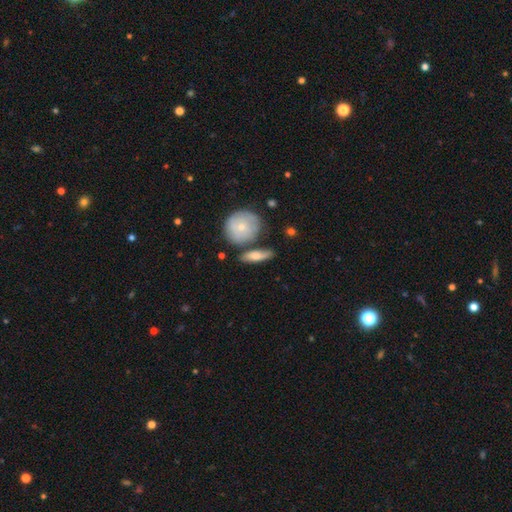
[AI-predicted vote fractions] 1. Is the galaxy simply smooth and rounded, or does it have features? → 62% smooth, 32% featured or disk, 6% star or artifact.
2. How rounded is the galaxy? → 48% in between, 36% cigar-shaped, 15% round.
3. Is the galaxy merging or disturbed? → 61% none, 19% minor disturbance, 14% merger, 6% major disturbance.